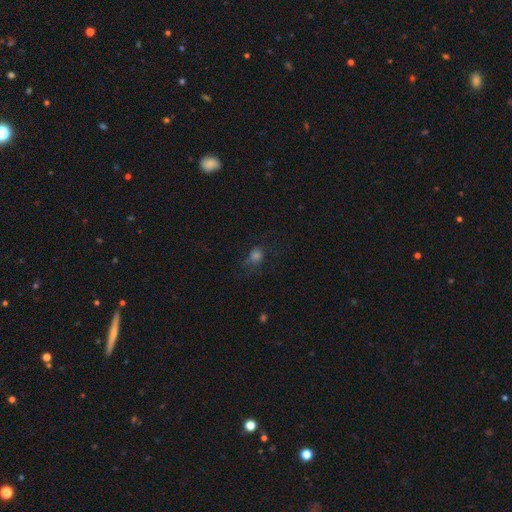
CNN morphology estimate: Overall: smooth (60%; star or artifact 28%). How rounded: round (64%; in between 34%). Merging: none (58%; minor disturbance 21%).